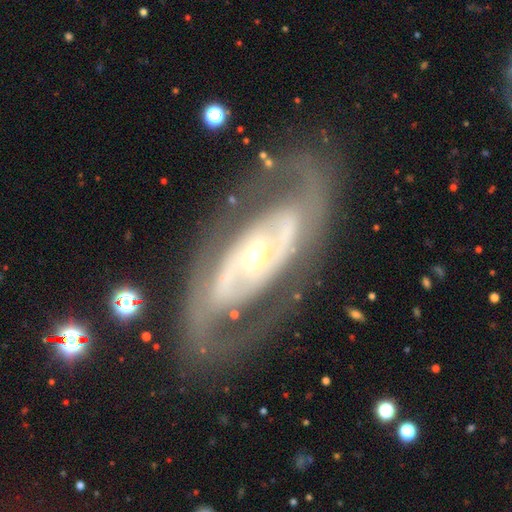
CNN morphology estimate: Overall: featured or disk (85%). Edge-on disk: no (91%). Bar: no (53%; weak 25%). Spiral arms: yes (75%). Spiral arm count: 2 (75%). Spiral winding: tight (42%; medium 40%). Bulge size: moderate (51%; small 41%). Merging: none (76%).